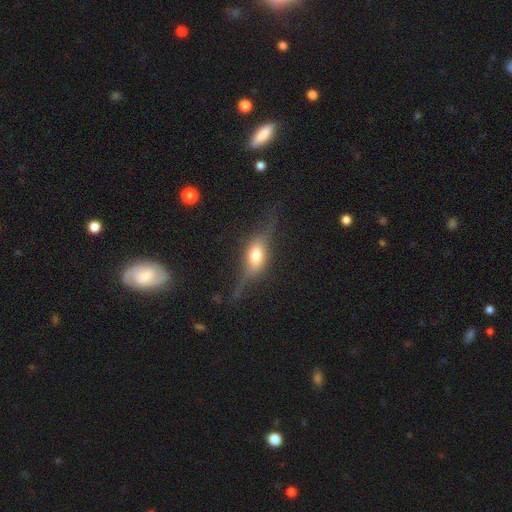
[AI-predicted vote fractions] Q: Smooth or featured?
A: featured or disk (57%); runner-up: smooth (34%)
Q: Edge-on disk?
A: yes (78%); runner-up: no (22%)
Q: Merging?
A: none (59%); runner-up: minor disturbance (22%)